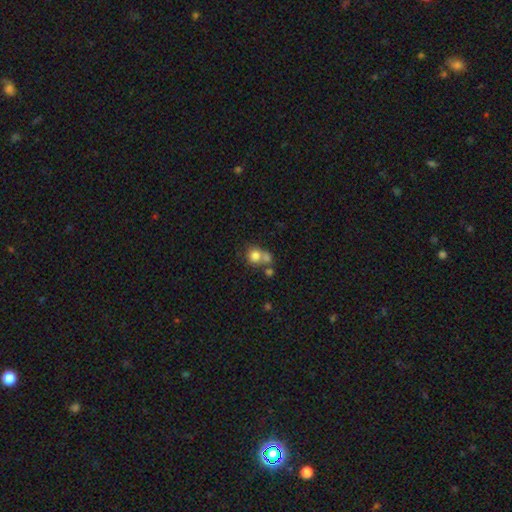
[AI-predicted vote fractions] Q: Smooth or featured?
A: smooth (77%); runner-up: featured or disk (12%)
Q: How rounded?
A: round (82%); runner-up: in between (17%)
Q: Merging?
A: merger (45%); runner-up: none (41%)